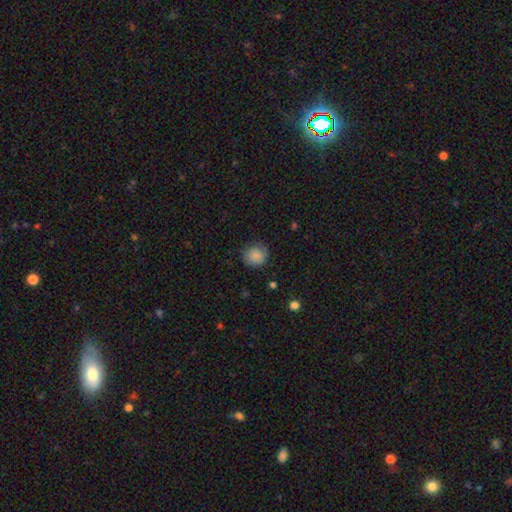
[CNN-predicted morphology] Smooth or featured?
  - smooth: 84% *
  - star or artifact: 8%
  - featured or disk: 8%
How rounded?
  - round: 86% *
  - in between: 14%
  - cigar-shaped: 1%
Merging?
  - none: 80% *
  - minor disturbance: 15%
  - major disturbance: 4%
  - merger: 1%